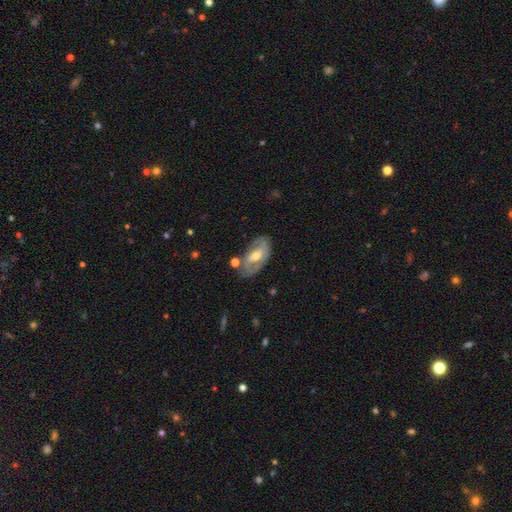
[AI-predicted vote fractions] Morphology: type=featured or disk (72%); edge-on=no (93%); bar=weak (41%); spiral arms=yes (76%); winding=medium (44%); arm count=2 (72%); bulge=moderate (63%); merging=none (69%).